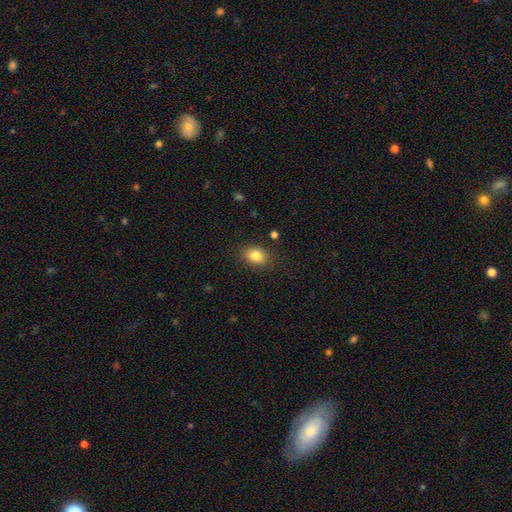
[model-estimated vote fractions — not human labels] A smooth galaxy with no disk features (84%) that is in between round and cigar-shaped (72%). Merging: none (85%).